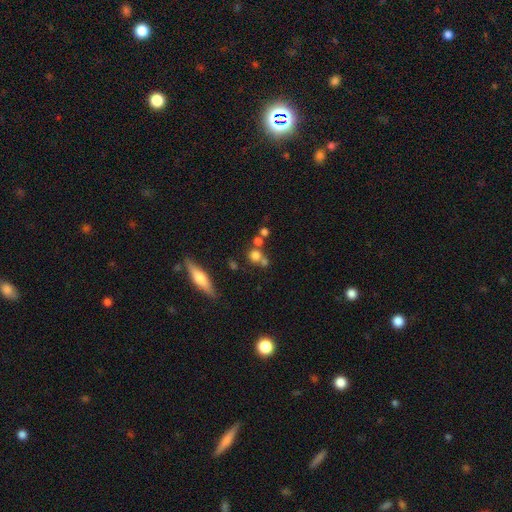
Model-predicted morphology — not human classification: This appears to be a smooth galaxy with no disk features (71%) that is round (84%). Merging: none (54%).